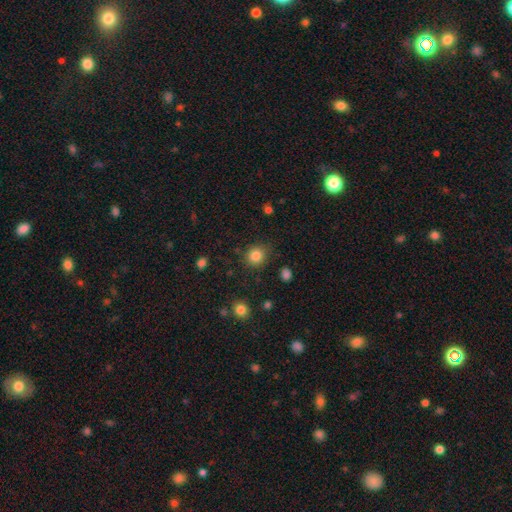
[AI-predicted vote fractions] Overall: smooth (84%). How rounded: round (86%). Merging: none (84%).